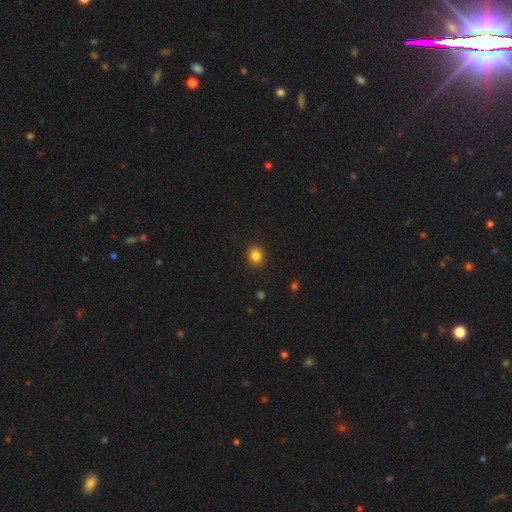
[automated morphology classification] This is clearly a smooth galaxy (84%). How rounded: clearly round (82%). Merging: clearly none (91%).